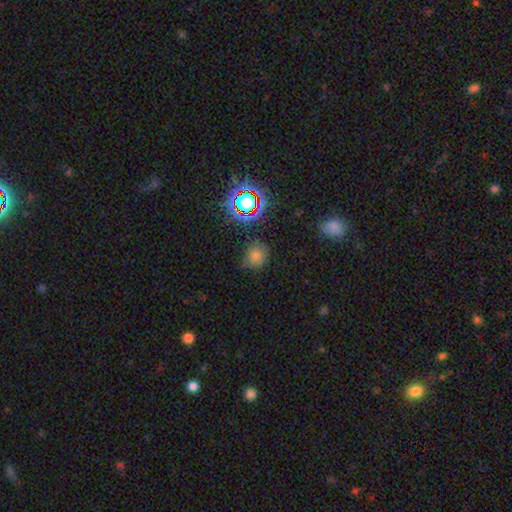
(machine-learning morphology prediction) smooth 65%, star or artifact 27%, featured or disk 8%. Down the decision tree: how rounded — round (73%); merging — none (75%).